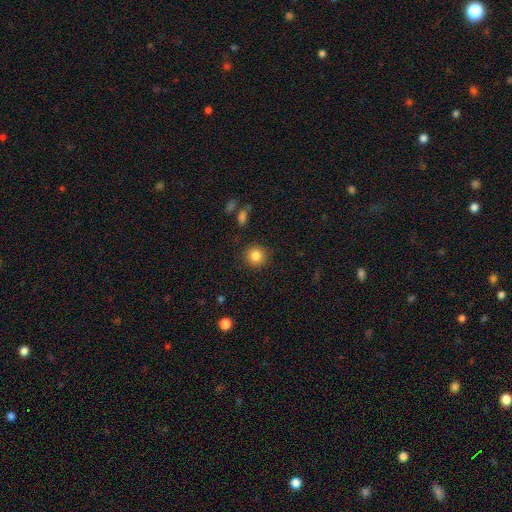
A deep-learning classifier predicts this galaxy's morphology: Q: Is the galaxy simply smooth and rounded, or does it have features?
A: smooth — 84%.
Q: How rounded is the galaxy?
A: round — 92%.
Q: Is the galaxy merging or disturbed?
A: none — 89%.